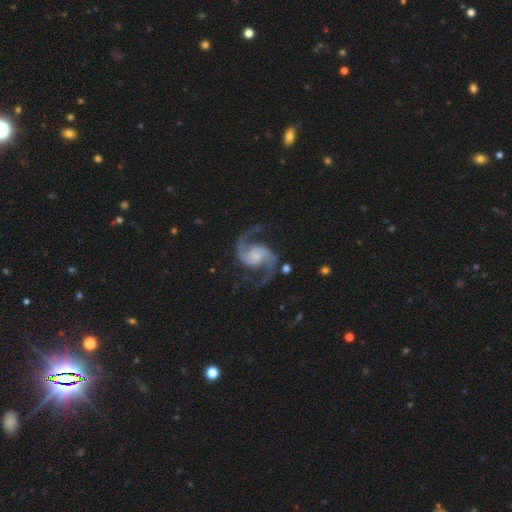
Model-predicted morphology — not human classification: This is clearly a featured or disk galaxy (93%). It is clearly not viewed edge-on (98%). Bar: possibly no (55%). Spiral arm pattern: clearly yes (99%). Spiral arm count: clearly 2 (95%). Spiral winding: possibly medium (53%). Central bulge: marginally small (42%). Merging: likely none (78%).